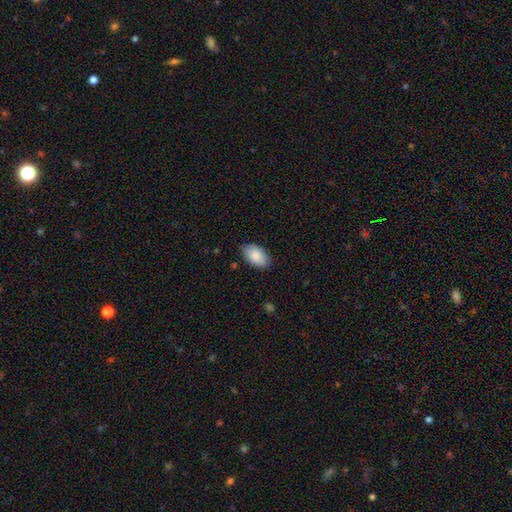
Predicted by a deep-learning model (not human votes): This is clearly a smooth galaxy (87%). How rounded: clearly in between (94%). Merging: clearly none (82%).